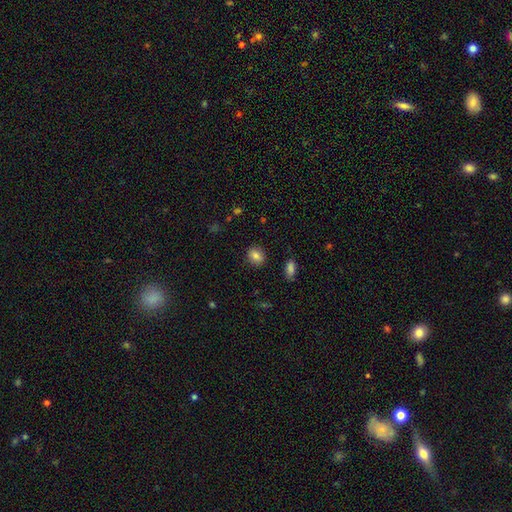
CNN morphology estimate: type=smooth (82%); roundness=round (56%); merging=none (88%).